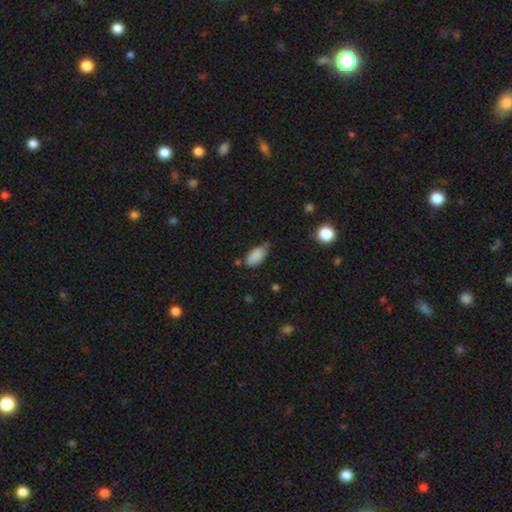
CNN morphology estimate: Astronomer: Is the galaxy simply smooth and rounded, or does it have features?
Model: smooth — 86%.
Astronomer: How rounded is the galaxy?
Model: in between — 92%.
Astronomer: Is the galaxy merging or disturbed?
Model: none — 55% (runner-up: minor disturbance, 34%).